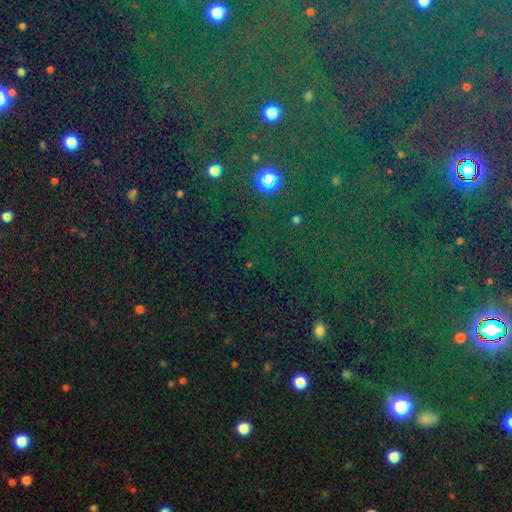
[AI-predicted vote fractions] A star or artifact, not a galaxy (76%).